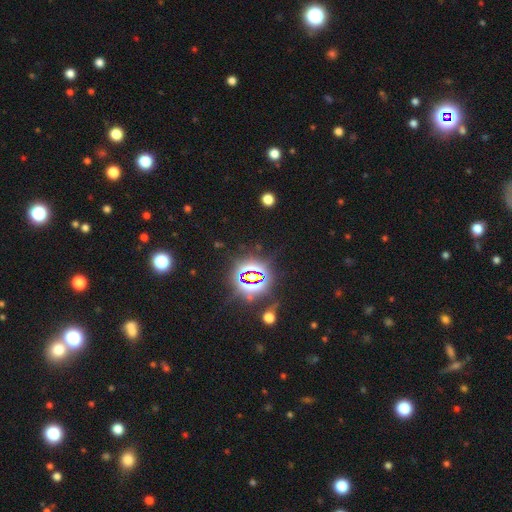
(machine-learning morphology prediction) A star or artifact, not a galaxy (79%).